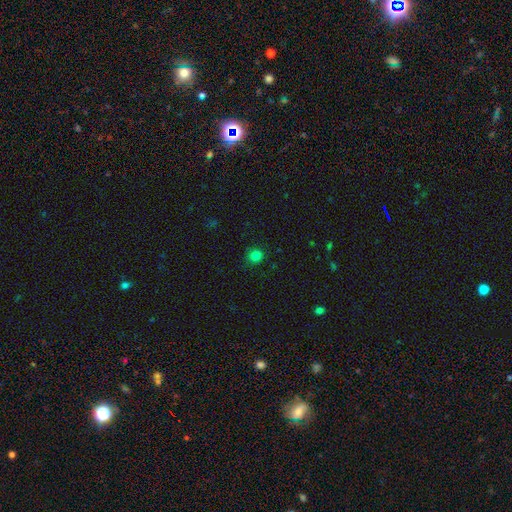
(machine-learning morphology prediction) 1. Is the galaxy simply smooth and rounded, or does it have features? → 81% smooth, 15% star or artifact, 4% featured or disk.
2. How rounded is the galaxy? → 87% round, 12% in between, 1% cigar-shaped.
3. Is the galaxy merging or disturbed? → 89% none, 8% minor disturbance, 2% major disturbance, 1% merger.